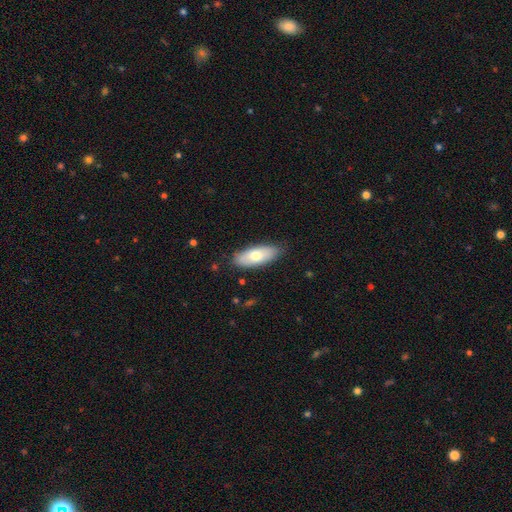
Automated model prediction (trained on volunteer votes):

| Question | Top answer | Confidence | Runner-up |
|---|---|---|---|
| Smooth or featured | smooth | 69% | featured or disk (25%) |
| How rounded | in between | 81% | cigar-shaped (17%) |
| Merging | none | 84% | minor disturbance (13%) |